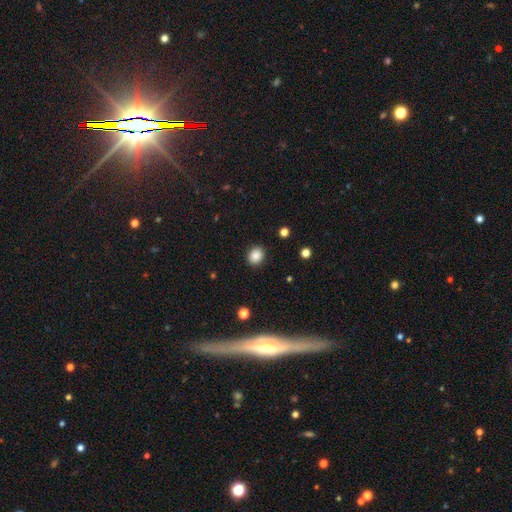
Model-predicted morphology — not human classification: Q: Smooth or featured?
A: smooth (86%); runner-up: star or artifact (10%)
Q: How rounded?
A: round (72%); runner-up: in between (27%)
Q: Merging?
A: none (90%); runner-up: minor disturbance (7%)